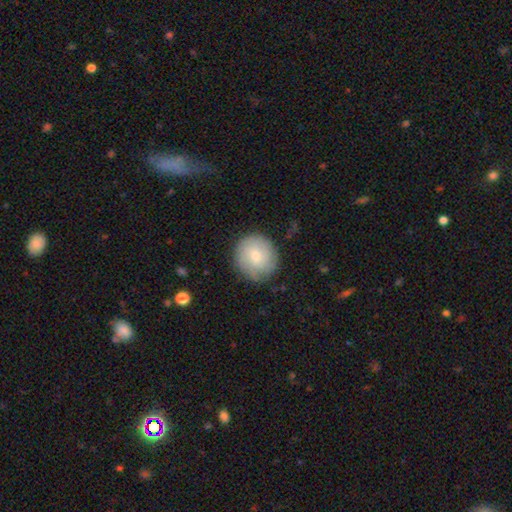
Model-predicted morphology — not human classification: Smooth or featured? smooth (63%)
How rounded? round (90%)
Merging? none (80%)